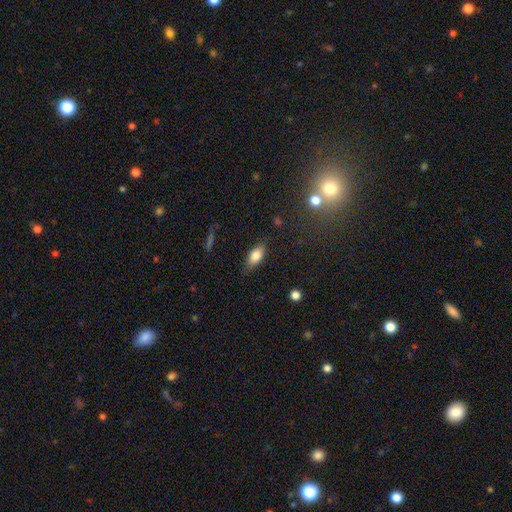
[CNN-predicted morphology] Smooth or featured? smooth (79%)
How rounded? in between (85%)
Merging? none (78%)